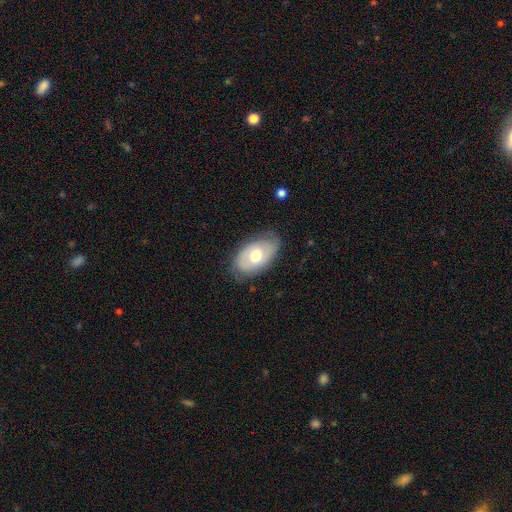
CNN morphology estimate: Smooth or featured?
  - featured or disk: 47% * (tied)
  - smooth: 47% * (tied)
  - star or artifact: 6%
Merging?
  - none: 73% *
  - minor disturbance: 20%
  - major disturbance: 6%
  - merger: 1%